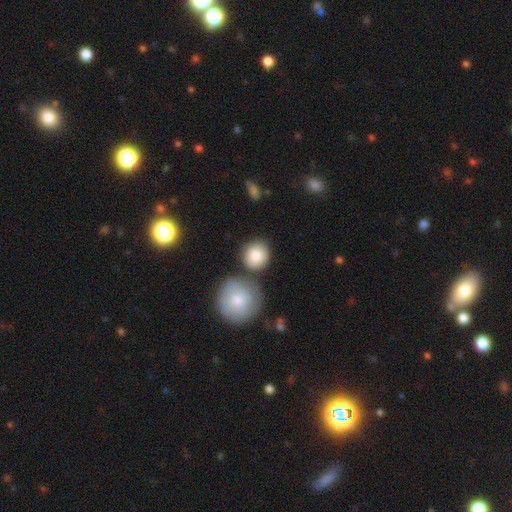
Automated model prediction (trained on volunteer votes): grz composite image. It shows a smooth galaxy with no disk features (85%) that is round (89%). Merging: none (69%).